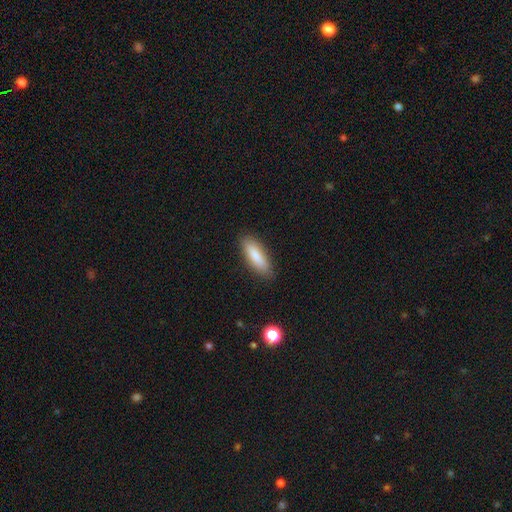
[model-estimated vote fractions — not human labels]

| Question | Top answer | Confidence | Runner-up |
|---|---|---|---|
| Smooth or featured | smooth | 84% | featured or disk (10%) |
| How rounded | in between | 51% | cigar-shaped (48%) |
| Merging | none | 85% | minor disturbance (11%) |